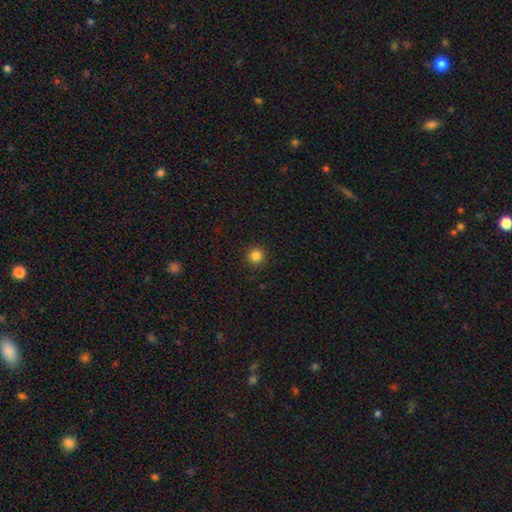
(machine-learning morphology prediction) The model was most divided on "smooth or featured": smooth: 84%, star or artifact: 12%, featured or disk: 4%. More confident: how rounded — round (95%); merging — none (93%).